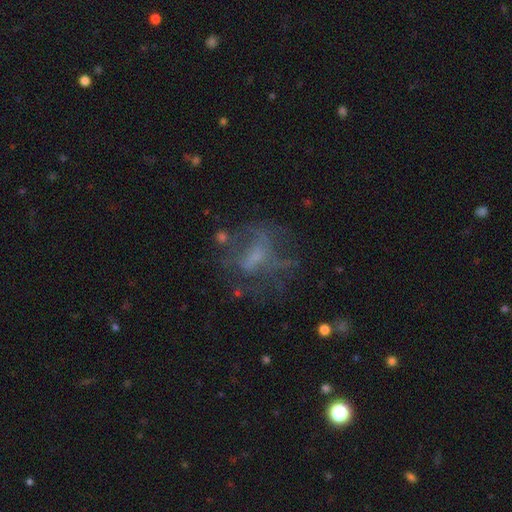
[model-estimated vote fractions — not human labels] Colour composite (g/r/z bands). It shows a featured or disk galaxy (53%) with no bar (60%), no spiral arms (69%) and no central bulge (37%). Merging: none (47%).